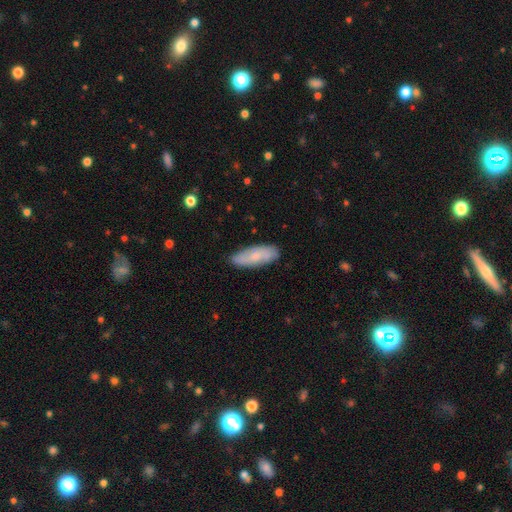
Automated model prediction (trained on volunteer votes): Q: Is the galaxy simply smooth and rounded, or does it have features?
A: smooth — 68%.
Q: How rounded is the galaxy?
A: in between — 59%.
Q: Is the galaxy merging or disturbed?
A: none — 84%.